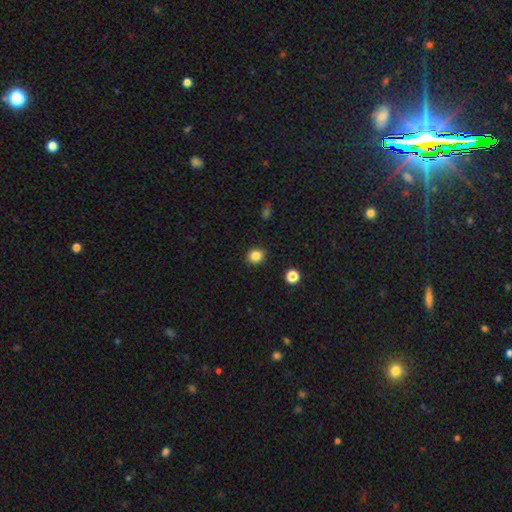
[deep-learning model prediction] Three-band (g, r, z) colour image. It shows a smooth galaxy with no disk features (84%) that is round (75%). Merging: none (91%).